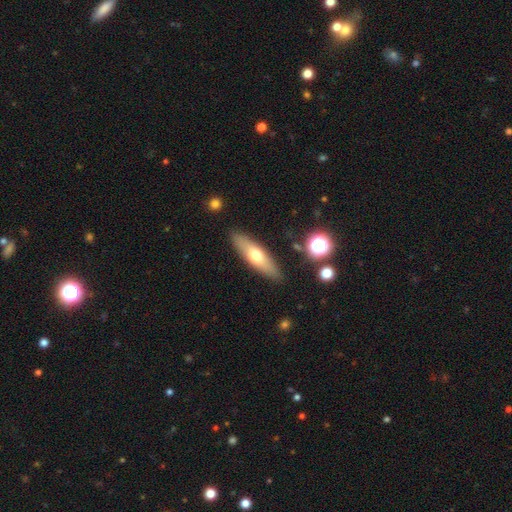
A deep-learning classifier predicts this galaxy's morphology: Smooth or featured: smooth — 56% (featured or disk — 38%)
How rounded: cigar-shaped — 64% (in between — 33%)
Merging: none — 87% (minor disturbance — 9%)